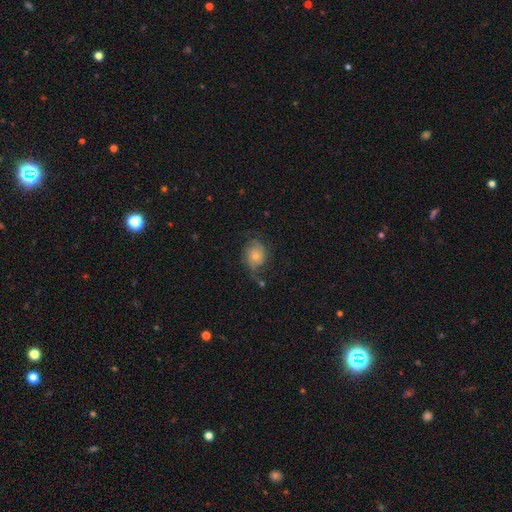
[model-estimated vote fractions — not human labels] Smooth or featured?
  - featured or disk: 60% *
  - smooth: 32%
  - star or artifact: 8%
Edge-on disk?
  - no: 97% *
  - yes: 3%
Bar?
  - no: 75% *
  - weak: 22%
  - strong: 3%
Spiral arms?
  - yes: 88% *
  - no: 12%
Spiral winding?
  - loose: 42% *
  - medium: 37%
  - tight: 21%
Spiral arm count?
  - 2: 65% *
  - can't tell: 13%
  - 1: 13%
  - 3: 5%
  - 4: 2%
  - more than 4: 2%
Bulge size?
  - small: 46% *
  - moderate: 39%
  - large: 7%
  - none: 5%
  - dominant: 2%
Merging?
  - none: 50% *
  - minor disturbance: 25%
  - major disturbance: 23%
  - merger: 3%